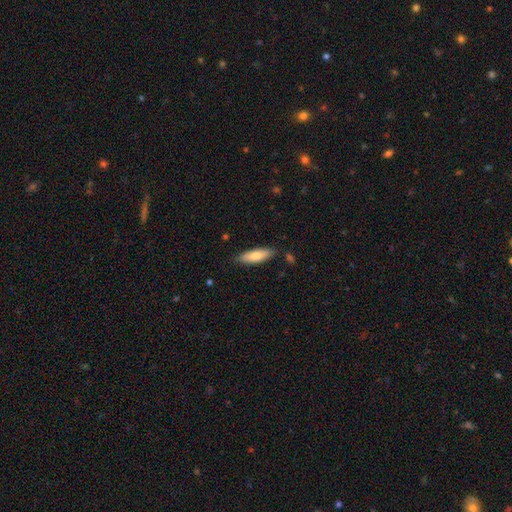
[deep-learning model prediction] Morphology: type=smooth (77%); roundness=cigar-shaped (51%); merging=none (84%).